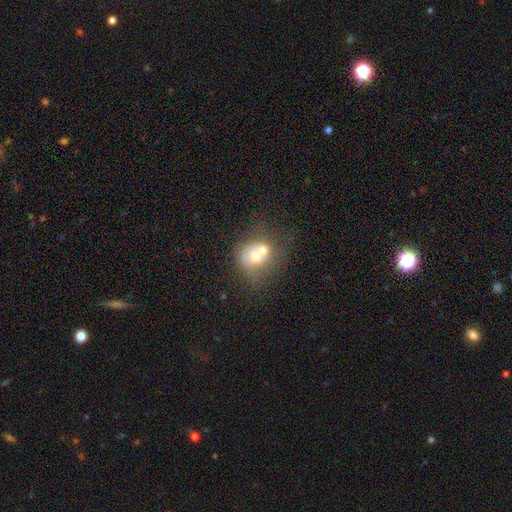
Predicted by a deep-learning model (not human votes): smooth_or_featured: smooth (p=0.59) [alt: featured or disk p=0.31]
how_rounded: round (p=0.68) [alt: in between p=0.31]
merging: merger (p=0.61) [alt: none p=0.23]